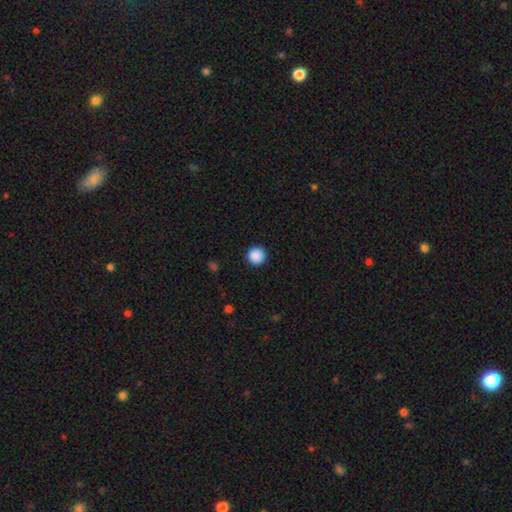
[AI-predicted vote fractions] Overall: smooth (89%). How rounded: round (96%). Merging: none (93%).